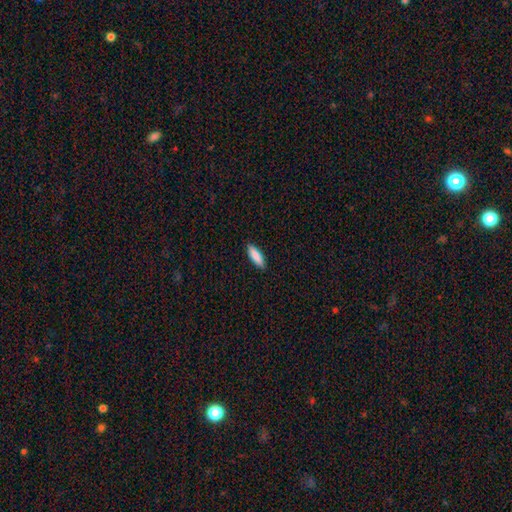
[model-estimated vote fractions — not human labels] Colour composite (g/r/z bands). It shows a smooth galaxy with no disk features (88%) that is in between round and cigar-shaped (53%). Merging: none (89%).